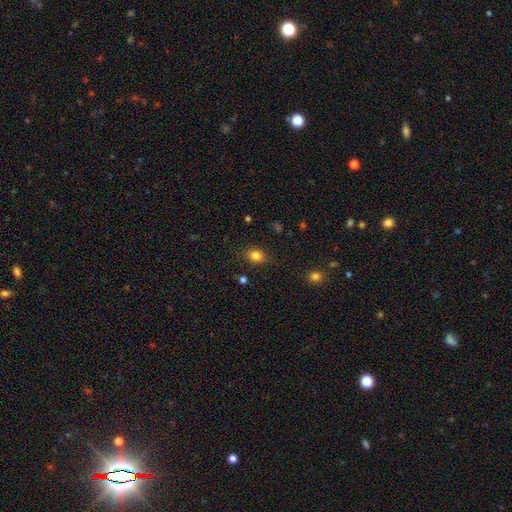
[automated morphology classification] smooth_or_featured: smooth (p=0.83) [alt: star or artifact p=0.11]
how_rounded: round (p=0.53) [alt: in between p=0.46]
merging: none (p=0.84) [alt: minor disturbance p=0.12]